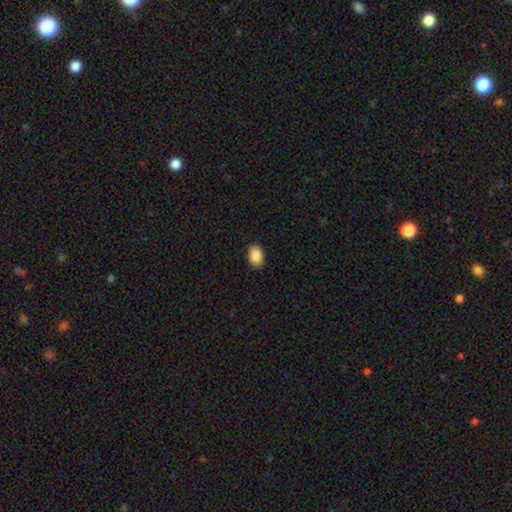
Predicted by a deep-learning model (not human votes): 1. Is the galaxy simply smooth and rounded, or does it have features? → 88% smooth, 7% star or artifact, 5% featured or disk.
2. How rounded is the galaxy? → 88% in between, 11% round, 1% cigar-shaped.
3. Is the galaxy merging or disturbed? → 89% none, 8% minor disturbance, 2% major disturbance, 1% merger.